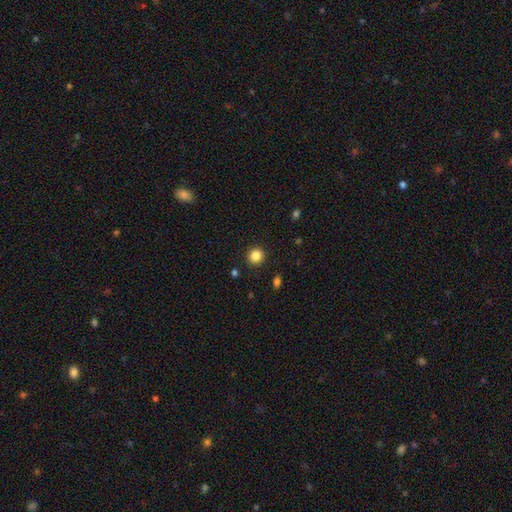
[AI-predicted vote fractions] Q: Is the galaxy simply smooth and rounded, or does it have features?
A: smooth — 85%.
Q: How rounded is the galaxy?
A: round — 89%.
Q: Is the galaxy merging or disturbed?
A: none — 91%.